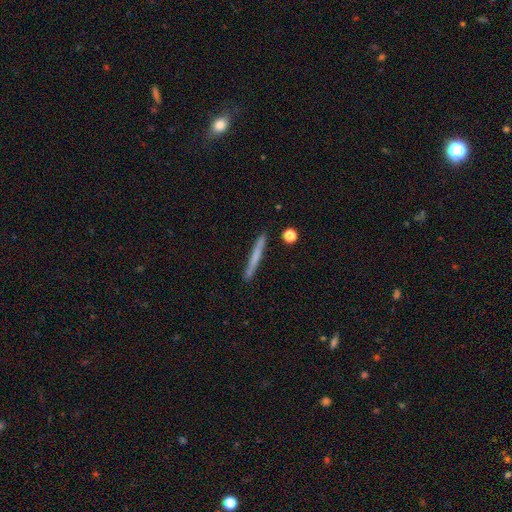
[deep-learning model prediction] Smooth or featured? smooth (59%)
How rounded? cigar-shaped (97%)
Merging? none (90%)